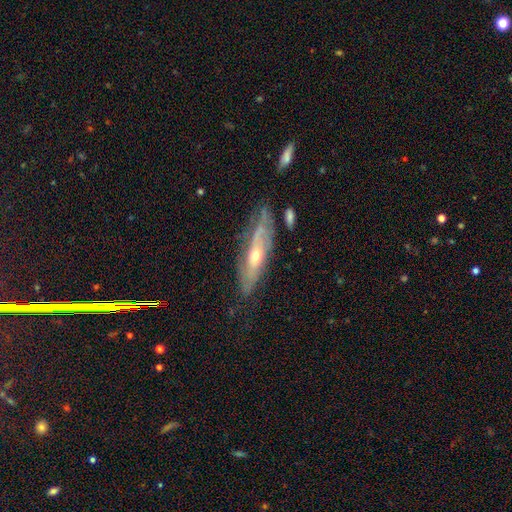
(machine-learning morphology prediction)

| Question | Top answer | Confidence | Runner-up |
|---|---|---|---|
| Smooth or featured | featured or disk | 68% | smooth (26%) |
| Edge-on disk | no | 57% | yes (43%) |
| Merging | none | 63% | minor disturbance (24%) |